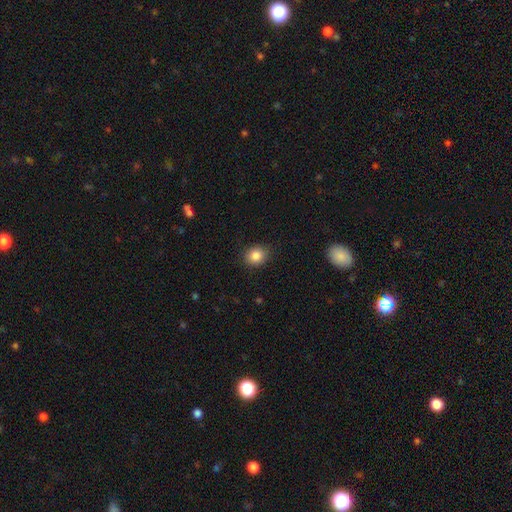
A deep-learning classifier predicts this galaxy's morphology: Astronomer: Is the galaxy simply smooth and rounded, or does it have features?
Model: smooth — 85%.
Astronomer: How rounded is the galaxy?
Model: round — 62% (runner-up: in between, 37%).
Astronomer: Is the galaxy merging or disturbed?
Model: none — 87%.